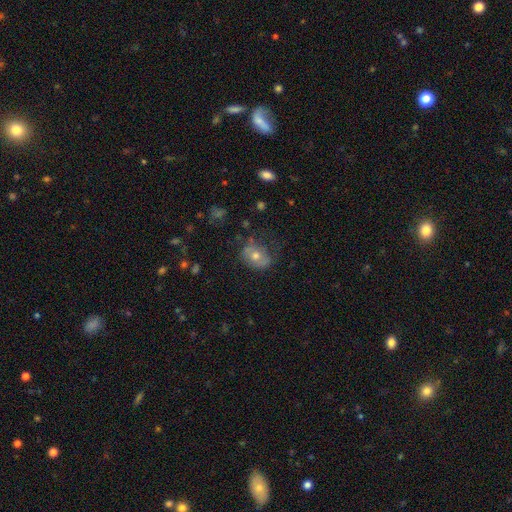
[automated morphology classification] This appears to be a smooth galaxy with no disk features (53%) that is in between round and cigar-shaped (51%). Merging: none (56%).